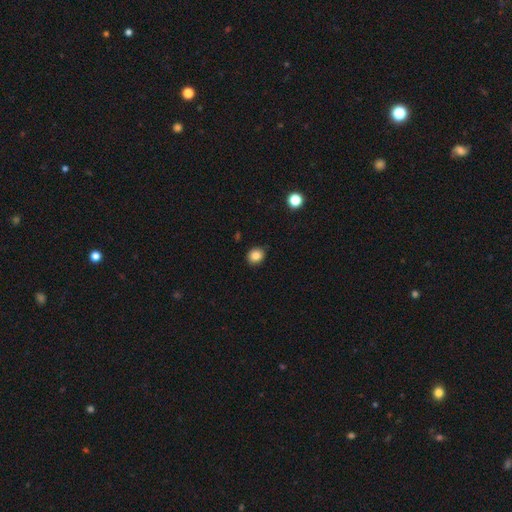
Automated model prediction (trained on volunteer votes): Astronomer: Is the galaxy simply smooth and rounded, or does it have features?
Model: smooth — 84%.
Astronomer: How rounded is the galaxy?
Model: round — 74%.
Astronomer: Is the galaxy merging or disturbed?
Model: none — 89%.